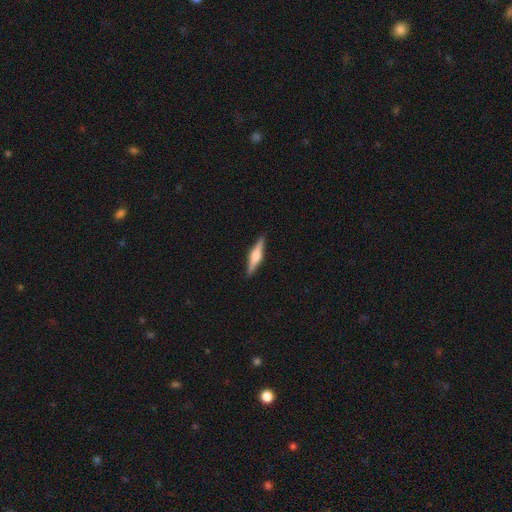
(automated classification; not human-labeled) Q: Smooth or featured?
A: featured or disk (65%); runner-up: smooth (29%)
Q: Edge-on disk?
A: yes (97%); runner-up: no (3%)
Q: Edge-on bulge?
A: rounded (87%); runner-up: boxy (9%)
Q: Merging?
A: none (91%); runner-up: minor disturbance (7%)